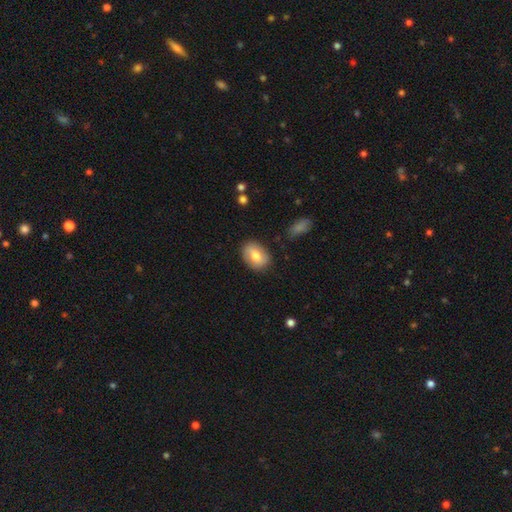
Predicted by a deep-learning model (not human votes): Q: Smooth or featured?
A: smooth (70%); runner-up: featured or disk (23%)
Q: How rounded?
A: in between (73%); runner-up: round (25%)
Q: Merging?
A: none (83%); runner-up: minor disturbance (12%)